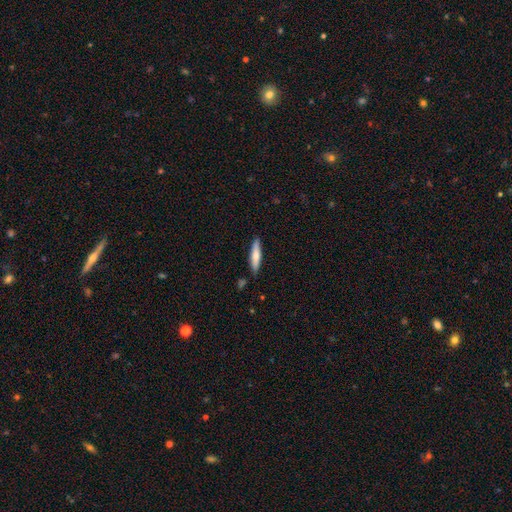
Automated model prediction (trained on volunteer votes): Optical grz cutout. It shows a smooth galaxy with no disk features (69%) that is cigar-shaped (82%). Merging: none (86%).